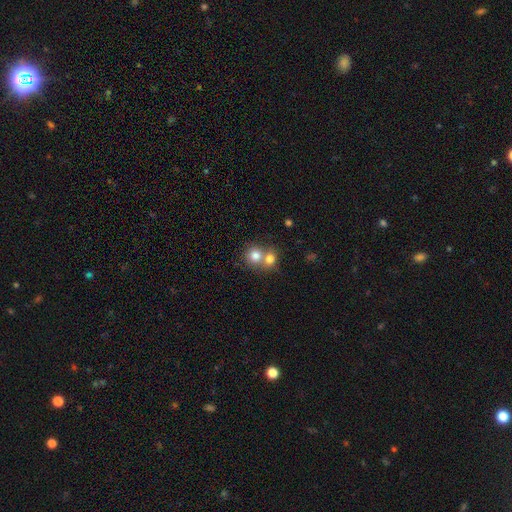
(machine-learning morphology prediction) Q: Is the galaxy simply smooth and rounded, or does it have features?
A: smooth — 78%.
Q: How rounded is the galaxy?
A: round — 83%.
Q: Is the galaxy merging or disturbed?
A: merger — 57%.